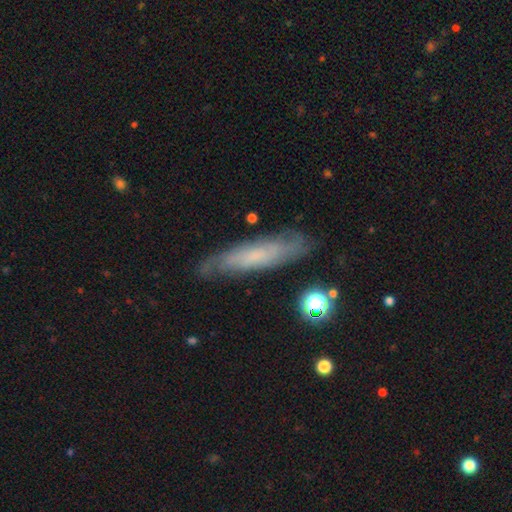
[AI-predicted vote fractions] The model was most divided on "smooth or featured": featured or disk: 48%, smooth: 43%, star or artifact: 9%. More confident: merging — none (78%).